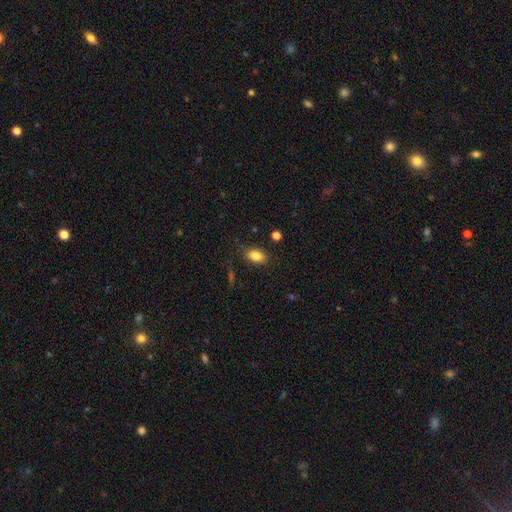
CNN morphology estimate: The model was most divided on "merging": none: 80%, minor disturbance: 15%, major disturbance: 4%, merger: 2%. More confident: how rounded — in between (84%); smooth or featured — smooth (84%).